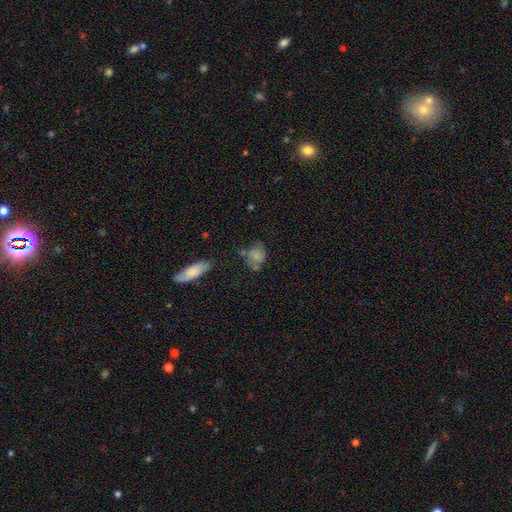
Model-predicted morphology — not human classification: This is likely a smooth galaxy (77%). How rounded: possibly in between (50%). Merging: possibly none (57%).